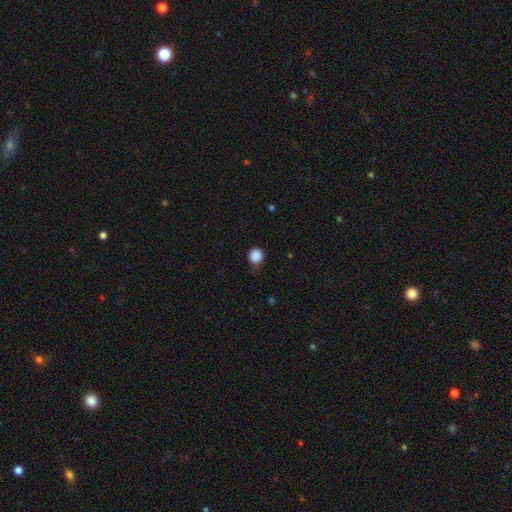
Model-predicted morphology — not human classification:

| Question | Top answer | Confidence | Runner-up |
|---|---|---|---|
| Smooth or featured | smooth | 87% | star or artifact (10%) |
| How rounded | round | 87% | in between (12%) |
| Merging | none | 71% | minor disturbance (23%) |